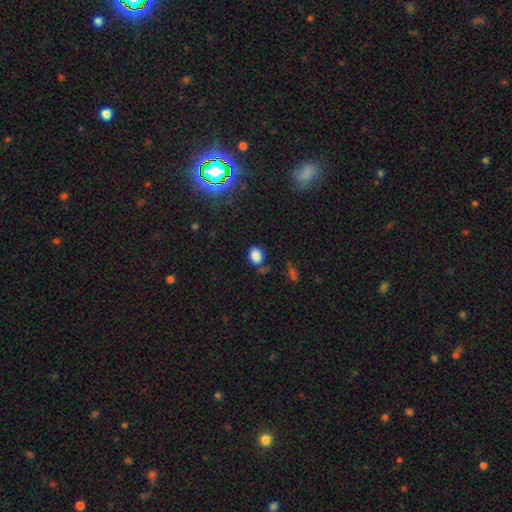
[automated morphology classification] This is clearly a smooth galaxy (83%). How rounded: possibly in between (55%). Merging: likely none (71%).